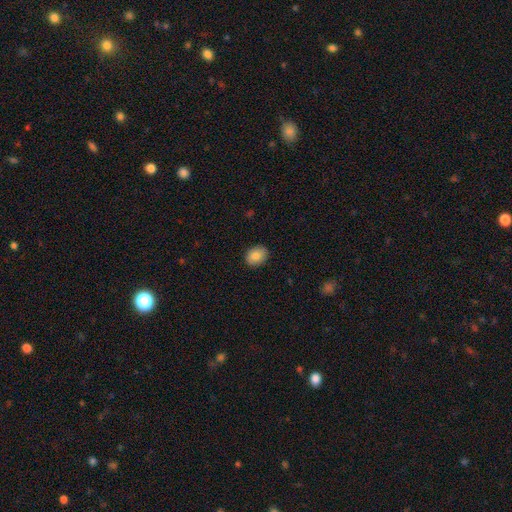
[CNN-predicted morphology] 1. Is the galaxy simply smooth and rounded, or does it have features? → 86% smooth, 8% star or artifact, 6% featured or disk.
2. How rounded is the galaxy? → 67% in between, 32% round, 1% cigar-shaped.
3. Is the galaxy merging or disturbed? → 89% none, 9% minor disturbance, 2% major disturbance, 1% merger.